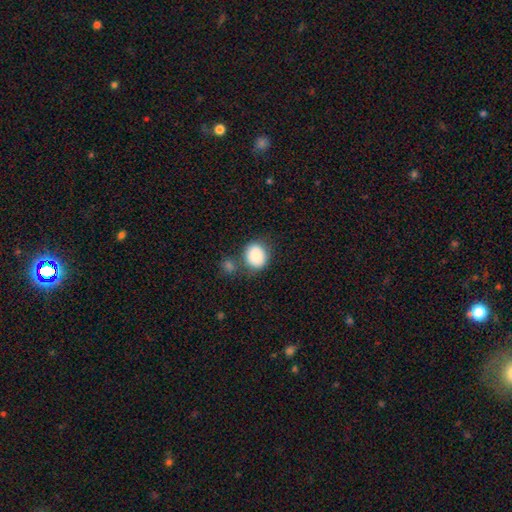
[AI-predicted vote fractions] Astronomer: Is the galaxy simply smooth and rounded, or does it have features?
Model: smooth — 87%.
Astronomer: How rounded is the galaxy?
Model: round — 60% (runner-up: in between, 39%).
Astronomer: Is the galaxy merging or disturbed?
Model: none — 67%.